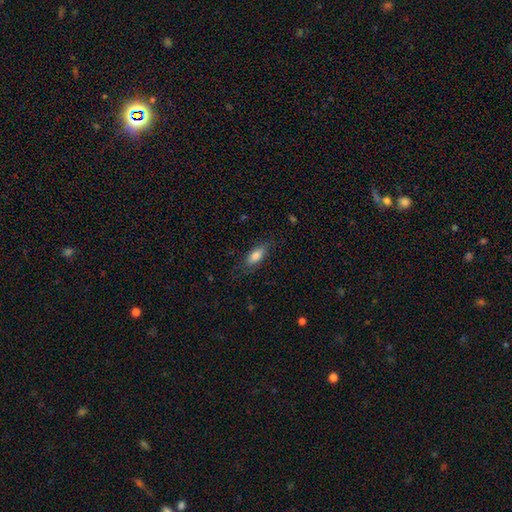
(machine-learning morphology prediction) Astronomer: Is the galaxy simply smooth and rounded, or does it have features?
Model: smooth — 78%.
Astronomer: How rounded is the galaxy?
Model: in between — 80%.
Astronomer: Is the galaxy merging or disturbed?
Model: none — 75%.